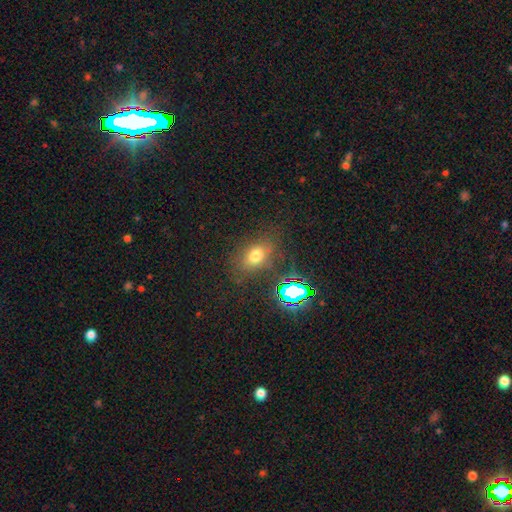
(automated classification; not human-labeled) Overall: smooth (66%). How rounded: in between (70%). Merging: none (76%).